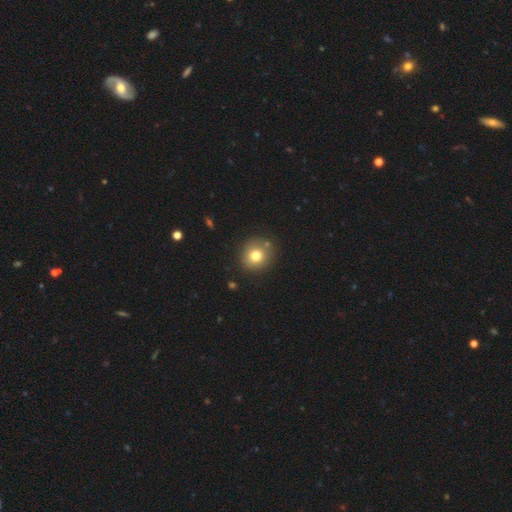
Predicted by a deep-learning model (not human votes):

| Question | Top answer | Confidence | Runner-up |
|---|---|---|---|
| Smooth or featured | smooth | 76% | star or artifact (12%) |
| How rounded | round | 86% | in between (13%) |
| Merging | none | 82% | minor disturbance (10%) |